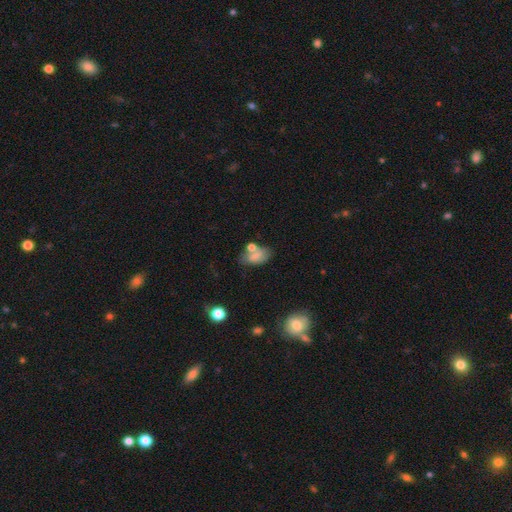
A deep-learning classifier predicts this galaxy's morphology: A smooth galaxy with no disk features (64%) that is in between round and cigar-shaped (86%).

Vote fractions:
- Smooth or featured? smooth: 64% / featured or disk: 25% / star or artifact: 11%
- How rounded? in between: 86% / round: 12% / cigar-shaped: 2%
- Merging? none: 43% / merger: 24% / minor disturbance: 22% / major disturbance: 10%